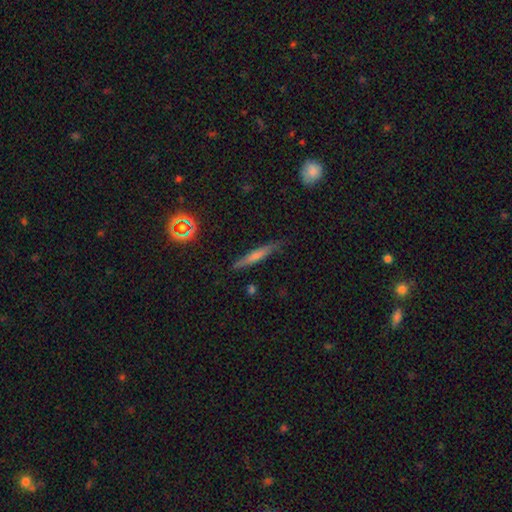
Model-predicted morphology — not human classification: Overall: featured or disk (55%; smooth 32%). Edge-on disk: yes (95%). Edge-on bulge: rounded (71%). Merging: none (88%).